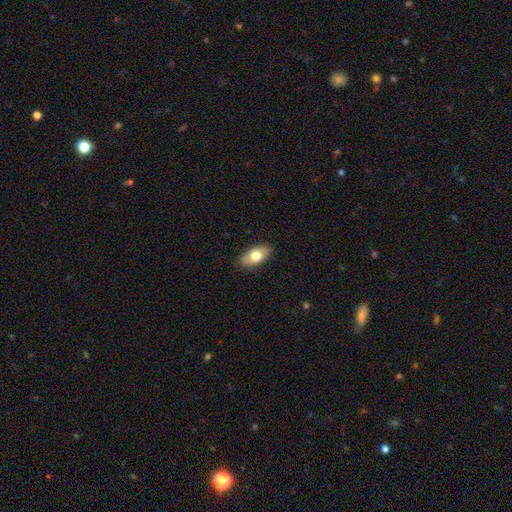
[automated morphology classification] Smooth or featured: smooth — 72% (featured or disk — 21%)
How rounded: in between — 91% (round — 5%)
Merging: none — 86% (minor disturbance — 10%)